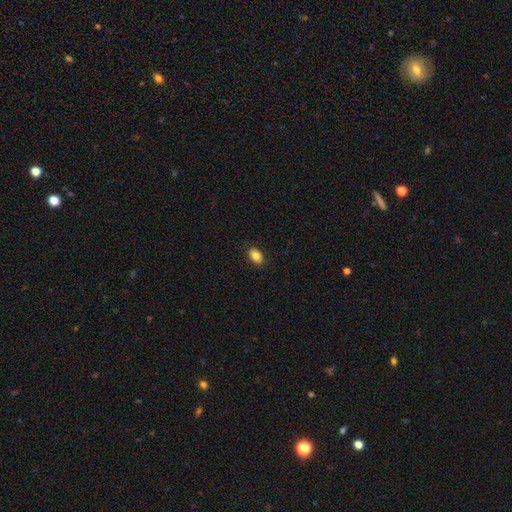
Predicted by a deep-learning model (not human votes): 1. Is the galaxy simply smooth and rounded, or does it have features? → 84% smooth, 8% star or artifact, 7% featured or disk.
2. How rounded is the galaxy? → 86% in between, 13% round, 1% cigar-shaped.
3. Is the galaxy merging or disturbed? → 88% none, 9% minor disturbance, 2% major disturbance, 1% merger.